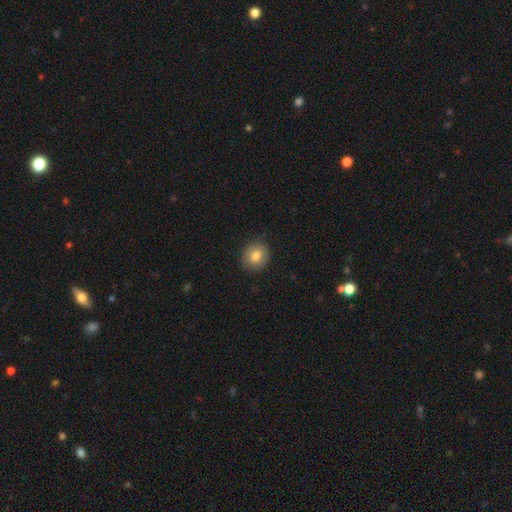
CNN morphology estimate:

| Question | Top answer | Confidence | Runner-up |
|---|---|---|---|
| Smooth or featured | smooth | 80% | featured or disk (11%) |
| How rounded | round | 72% | in between (27%) |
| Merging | none | 88% | minor disturbance (9%) |